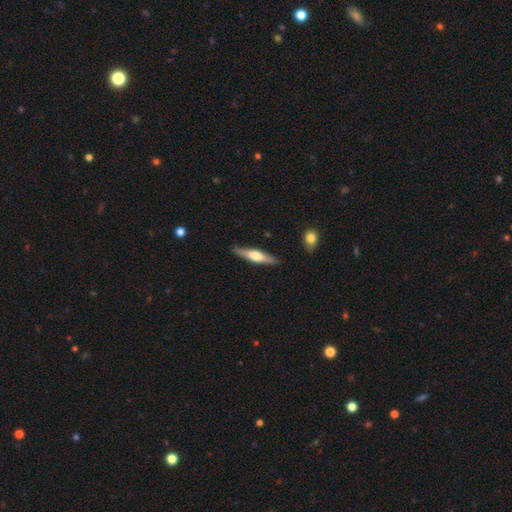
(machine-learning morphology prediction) A featured or disk galaxy (53%) viewed edge-on (95%) with a rounded central bulge (86%).

Vote fractions:
- Smooth or featured? featured or disk: 53% / smooth: 42% / star or artifact: 5%
- Edge-on disk? yes: 95% / no: 5%
- Edge-on bulge? rounded: 86% / boxy: 9% / none: 5%
- Merging? none: 88% / minor disturbance: 9% / major disturbance: 2% / merger: 2%